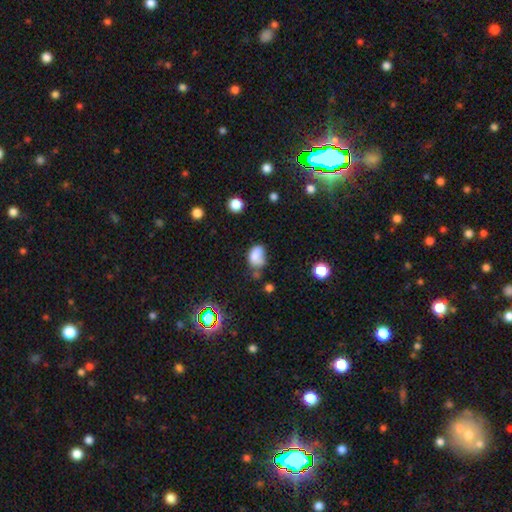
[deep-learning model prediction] Overall: smooth (74%). How rounded: in between (78%). Merging: none (36%; minor disturbance 31%).